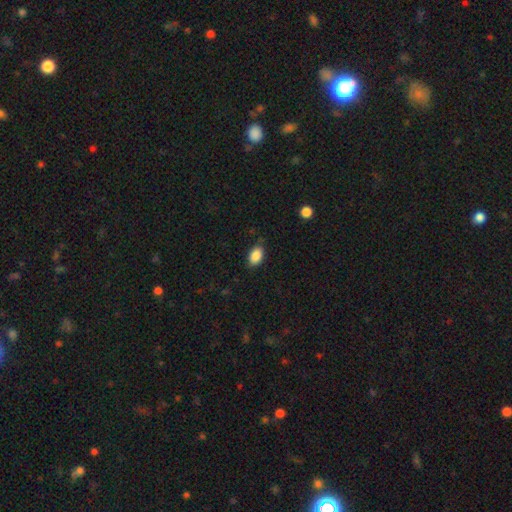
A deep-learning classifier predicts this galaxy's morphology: Smooth or featured: smooth — 88% (star or artifact — 8%)
How rounded: in between — 89% (round — 10%)
Merging: none — 80% (minor disturbance — 16%)